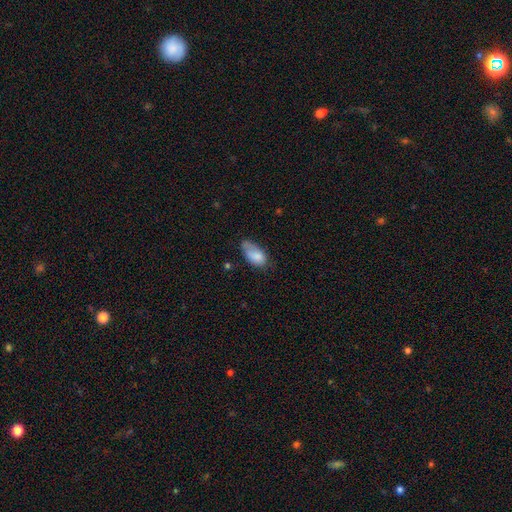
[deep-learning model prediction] smooth 80%, featured or disk 12%, star or artifact 7%. Down the decision tree: how rounded — in between (93%); merging — none (42%).